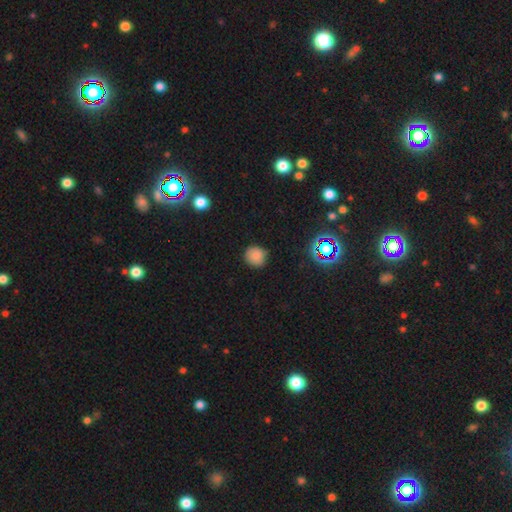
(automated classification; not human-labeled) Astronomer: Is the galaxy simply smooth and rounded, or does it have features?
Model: smooth — 81%.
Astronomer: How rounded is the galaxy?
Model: round — 89%.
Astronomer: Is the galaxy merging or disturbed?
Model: none — 85%.